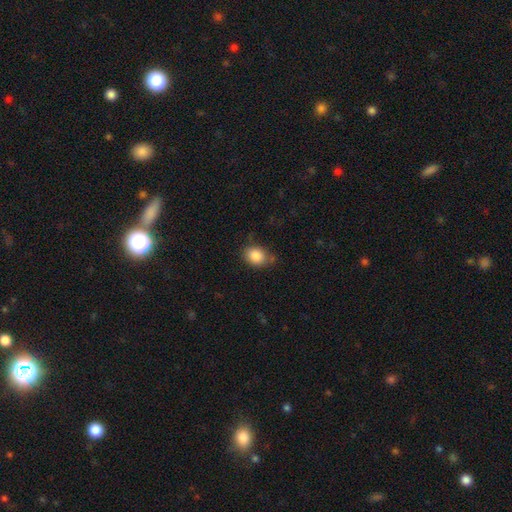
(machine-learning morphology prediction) Smooth or featured? Predicted: smooth (p=0.86). How rounded? Predicted: in between (p=0.56). Merging? Predicted: none (p=0.71).